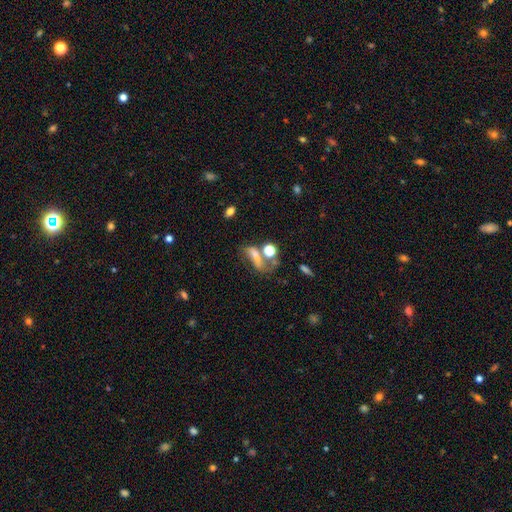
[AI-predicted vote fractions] Smooth or featured? smooth (59%)
How rounded? in between (61%)
Merging? major disturbance (30%)